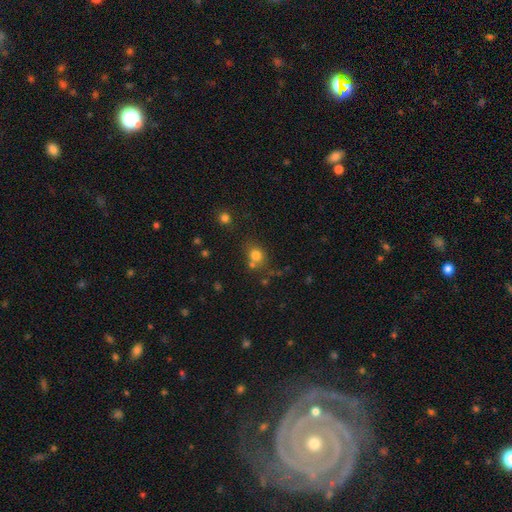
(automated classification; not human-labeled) Smooth or featured: smooth — 78% (star or artifact — 14%)
How rounded: round — 72% (in between — 27%)
Merging: none — 59% (merger — 23%)